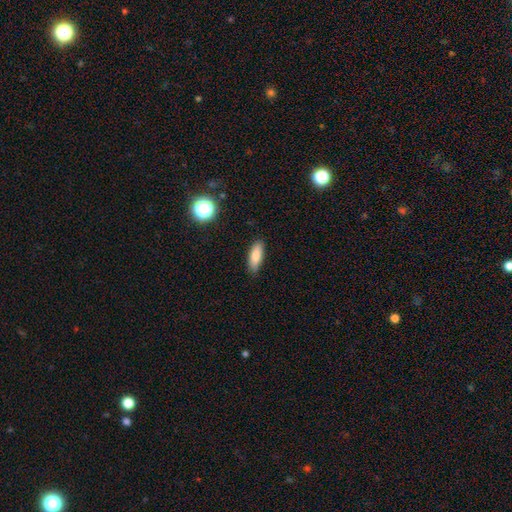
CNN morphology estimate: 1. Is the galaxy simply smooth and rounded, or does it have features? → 83% smooth, 9% featured or disk, 8% star or artifact.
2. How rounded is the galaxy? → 64% in between, 34% cigar-shaped, 2% round.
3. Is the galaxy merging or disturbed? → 85% none, 11% minor disturbance, 2% major disturbance, 1% merger.